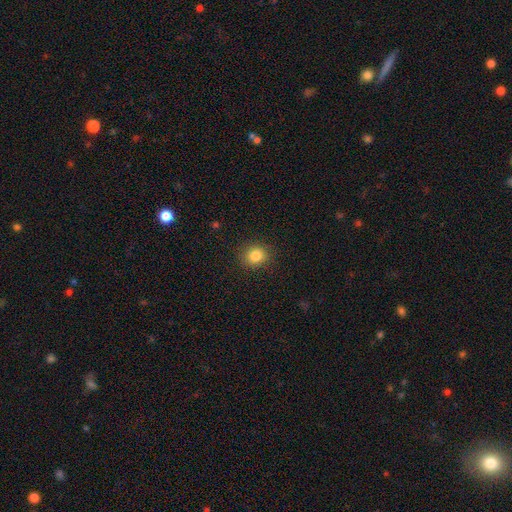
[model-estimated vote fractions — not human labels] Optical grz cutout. It shows a smooth galaxy with no disk features (83%) that is round (83%). Merging: none (89%).